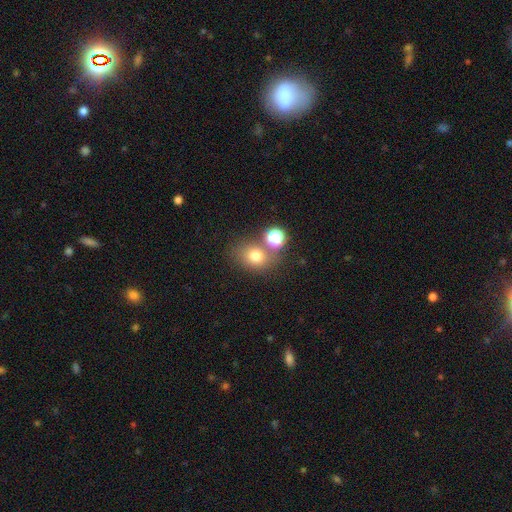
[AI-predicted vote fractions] Smooth or featured: smooth — 74% (star or artifact — 16%)
How rounded: round — 56% (in between — 43%)
Merging: none — 62% (merger — 20%)